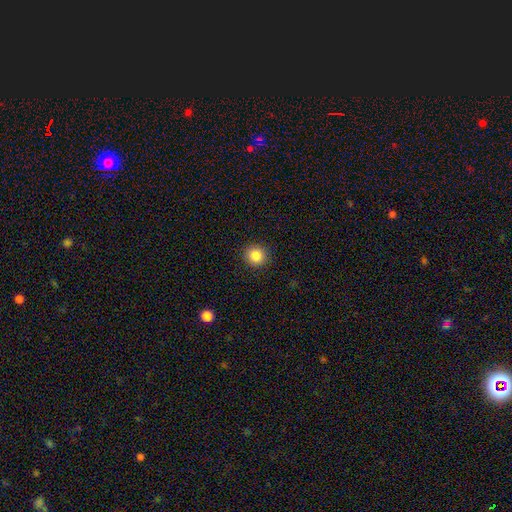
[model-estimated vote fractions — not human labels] A smooth galaxy with no disk features (86%) that is round (91%).

Vote fractions:
- Smooth or featured? smooth: 86% / star or artifact: 10% / featured or disk: 4%
- How rounded? round: 91% / in between: 8% / cigar-shaped: 1%
- Merging? none: 92% / minor disturbance: 6% / major disturbance: 2% / merger: 1%